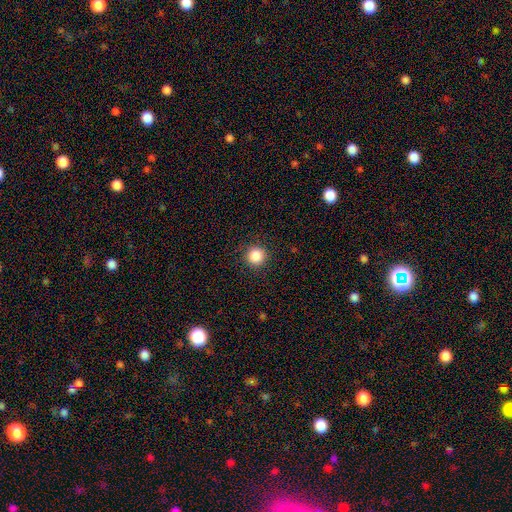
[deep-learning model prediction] Smooth or featured? Predicted: smooth (p=0.86). How rounded? Predicted: round (p=0.95). Merging? Predicted: none (p=0.91).